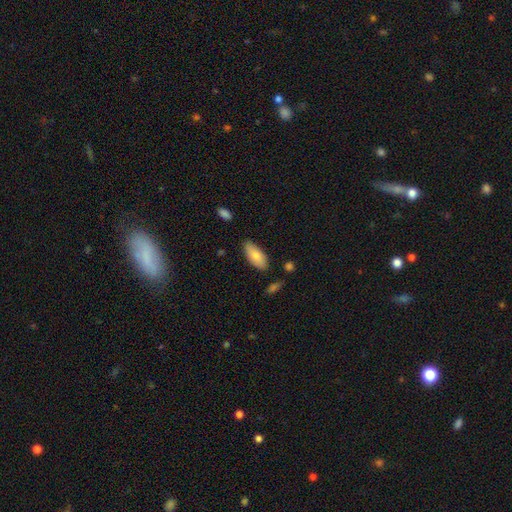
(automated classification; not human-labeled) Smooth or featured? smooth (79%)
How rounded? in between (88%)
Merging? none (77%)